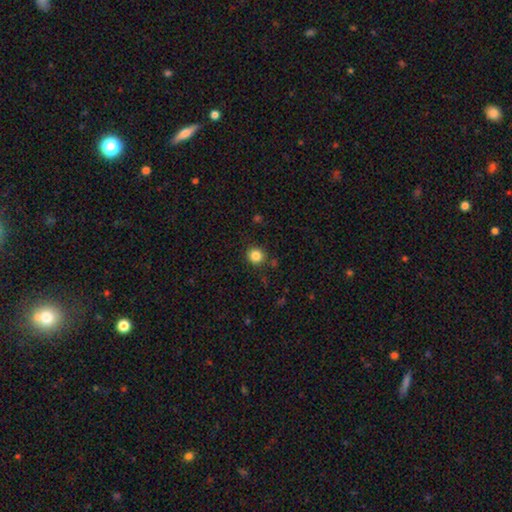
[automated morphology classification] smooth-or-featured: smooth: 84% | star or artifact: 11% | featured or disk: 4%
  how-rounded: round: 92% | in between: 7% | cigar-shaped: 1%
  merging: none: 87% | minor disturbance: 8% | merger: 3% | major disturbance: 3%